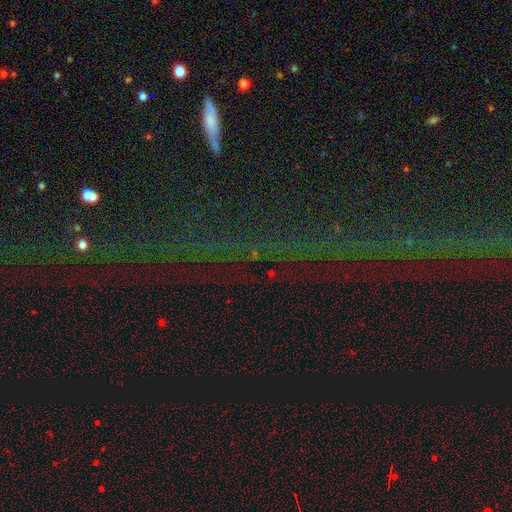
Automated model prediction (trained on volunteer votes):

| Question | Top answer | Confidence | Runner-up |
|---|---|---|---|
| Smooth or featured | star or artifact | 74% | featured or disk (15%) |